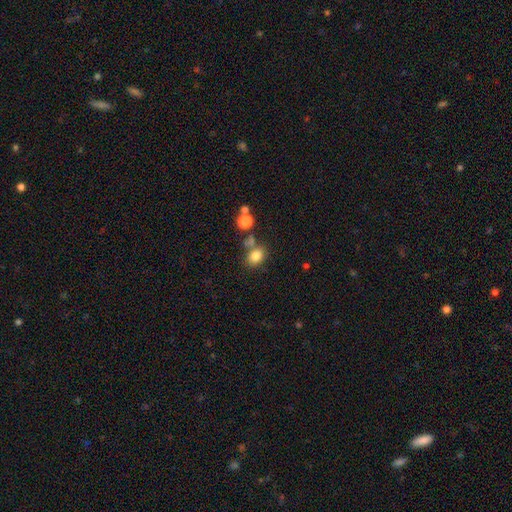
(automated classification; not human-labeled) Morphology: type=smooth (81%); roundness=in between (60%); merging=none (62%).